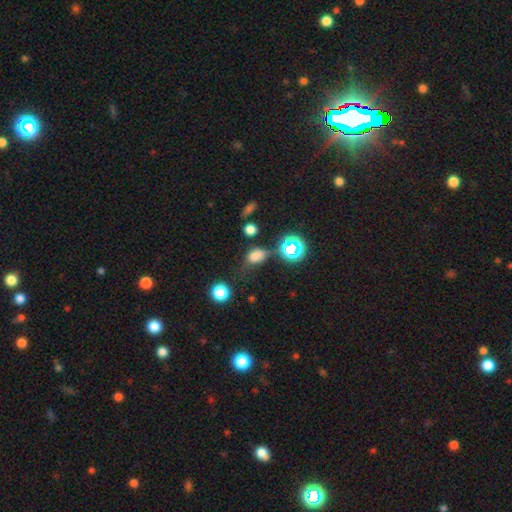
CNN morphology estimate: Smooth or featured? Predicted: smooth (p=0.66). How rounded? Predicted: in between (p=0.67). Merging? Predicted: none (p=0.49).